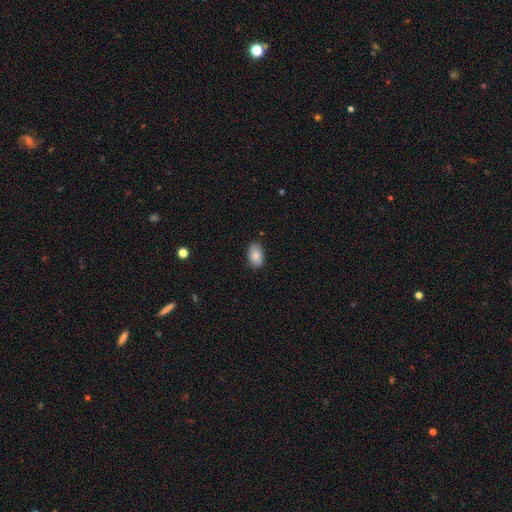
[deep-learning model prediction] A smooth galaxy with no disk features (86%) that is in between round and cigar-shaped (91%). Merging: none (83%).